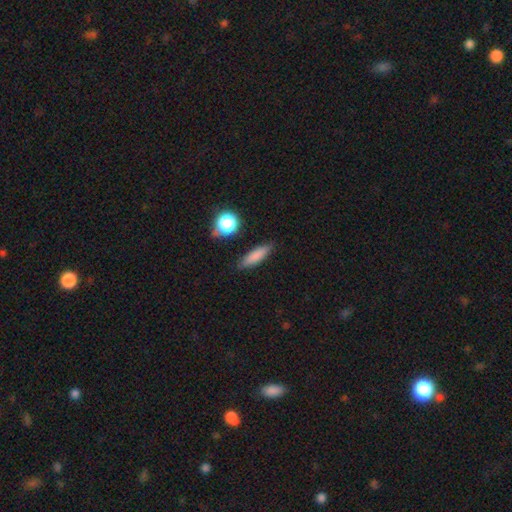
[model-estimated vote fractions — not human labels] Morphology: type=smooth (80%); roundness=cigar-shaped (61%); merging=none (83%).